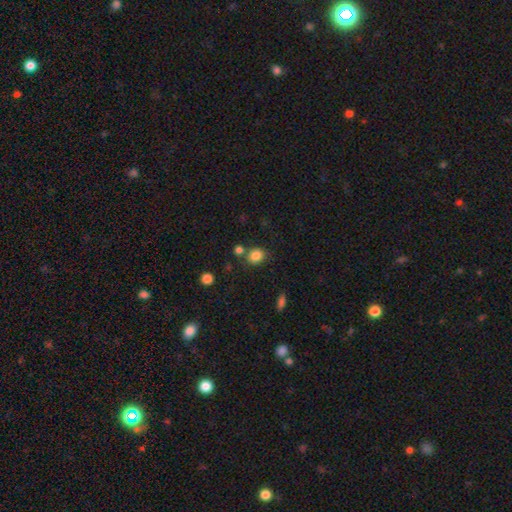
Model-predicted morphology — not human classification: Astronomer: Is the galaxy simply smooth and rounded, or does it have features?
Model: smooth — 84%.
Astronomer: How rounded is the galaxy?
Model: round — 66%.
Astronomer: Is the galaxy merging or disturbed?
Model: none — 70%.